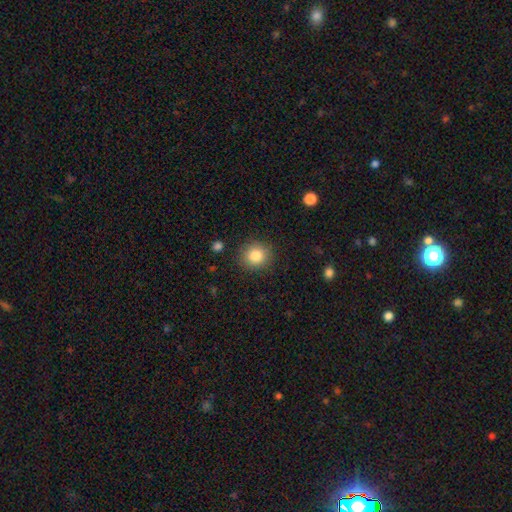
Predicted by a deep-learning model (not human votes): smooth 83%, star or artifact 10%, featured or disk 7%. Down the decision tree: how rounded — round (86%); merging — none (88%).